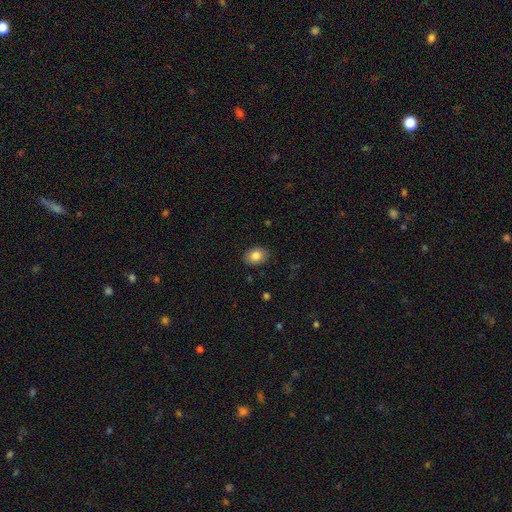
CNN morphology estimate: A smooth galaxy with no disk features (83%) that is in between round and cigar-shaped (72%). Merging: none (88%).